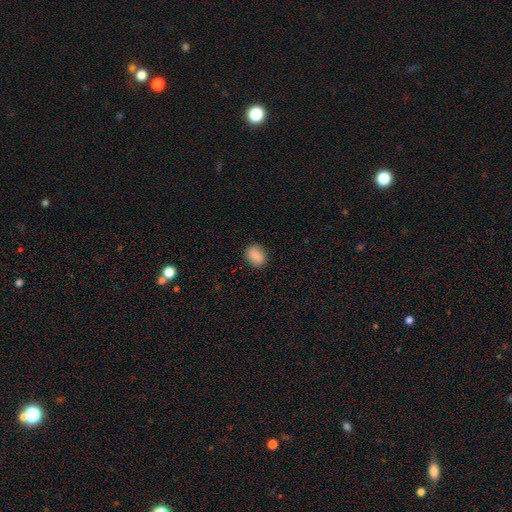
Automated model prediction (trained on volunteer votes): smooth-or-featured: smooth: 86% | star or artifact: 8% | featured or disk: 6%
  how-rounded: in between: 53% | round: 45% | cigar-shaped: 1%
  merging: none: 87% | minor disturbance: 10% | major disturbance: 2% | merger: 1%